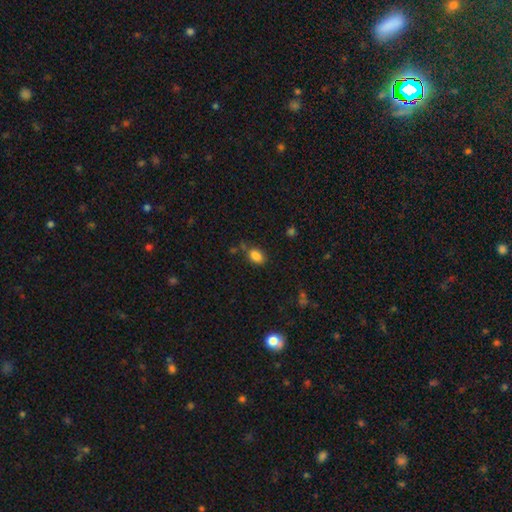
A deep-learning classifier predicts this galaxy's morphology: Smooth or featured? Predicted: smooth (p=0.84). How rounded? Predicted: in between (p=0.81). Merging? Predicted: none (p=0.67).